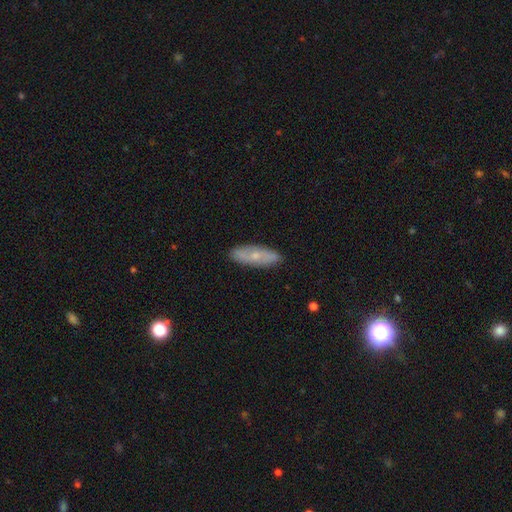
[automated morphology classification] smooth-or-featured: smooth: 49% | featured or disk: 44% | star or artifact: 7%
  merging: none: 87% | minor disturbance: 10% | major disturbance: 2% | merger: 1%